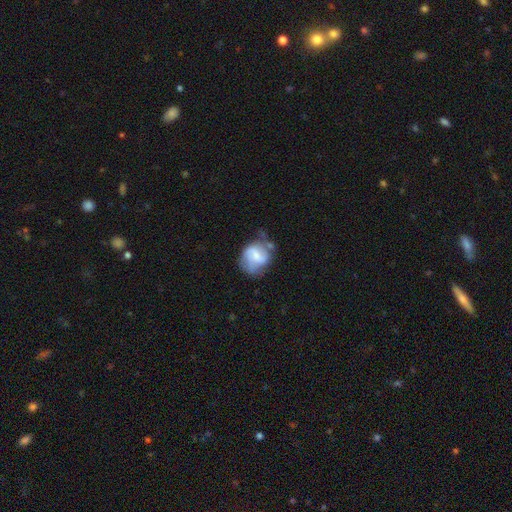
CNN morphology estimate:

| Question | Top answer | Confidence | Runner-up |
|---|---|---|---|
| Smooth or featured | featured or disk | 55% | smooth (38%) |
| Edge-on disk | no | 97% | yes (3%) |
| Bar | weak | 49% | no (31%) |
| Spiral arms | yes | 75% | no (25%) |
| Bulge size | small | 46% | moderate (32%) |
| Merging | none | 41% | minor disturbance (31%) |